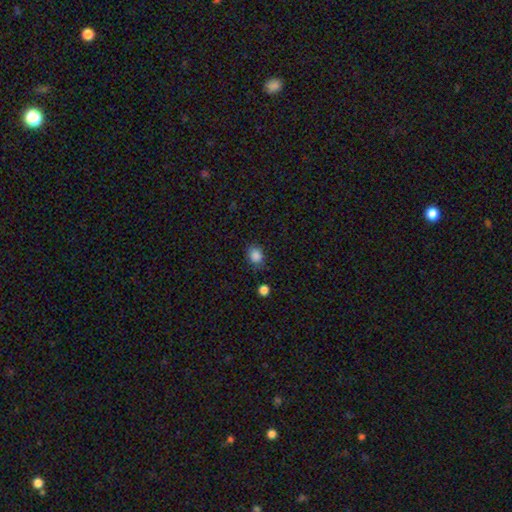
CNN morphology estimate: smooth_or_featured: smooth (p=0.86) [alt: star or artifact p=0.10]
how_rounded: round (p=0.58) [alt: in between p=0.41]
merging: none (p=0.79) [alt: minor disturbance p=0.15]